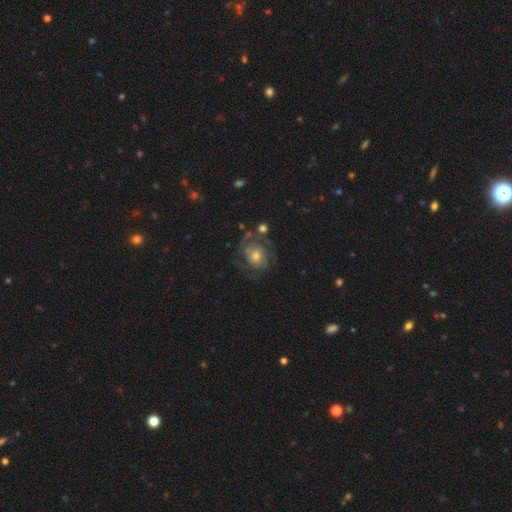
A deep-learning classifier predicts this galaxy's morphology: smooth_or_featured: featured or disk (p=0.70) [alt: smooth p=0.20]
disk_edge_on: no (p=0.97) [alt: yes p=0.03]
bar: no (p=0.77) [alt: weak p=0.19]
has_spiral_arms: yes (p=0.83) [alt: no p=0.17]
spiral_winding: tight (p=0.47) [alt: medium p=0.39]
spiral_arm_count: can't tell (p=0.36) [alt: 2 p=0.31]
bulge_size: moderate (p=0.55) [alt: small p=0.34]
merging: none (p=0.61) [alt: minor disturbance p=0.18]